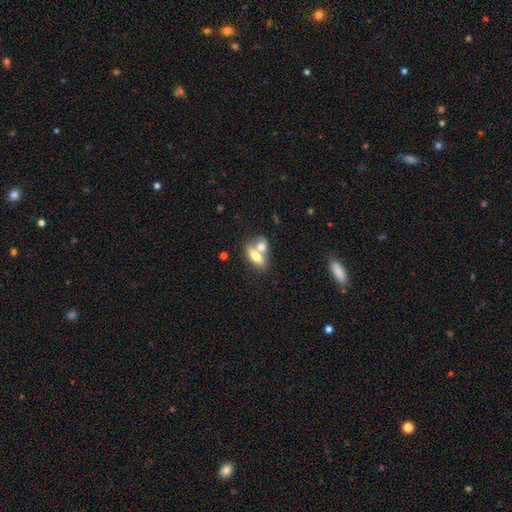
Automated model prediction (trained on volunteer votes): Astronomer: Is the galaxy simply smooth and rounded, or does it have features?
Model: smooth — 65%.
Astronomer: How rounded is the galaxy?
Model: in between — 72%.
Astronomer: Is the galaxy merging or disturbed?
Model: merger — 59%.